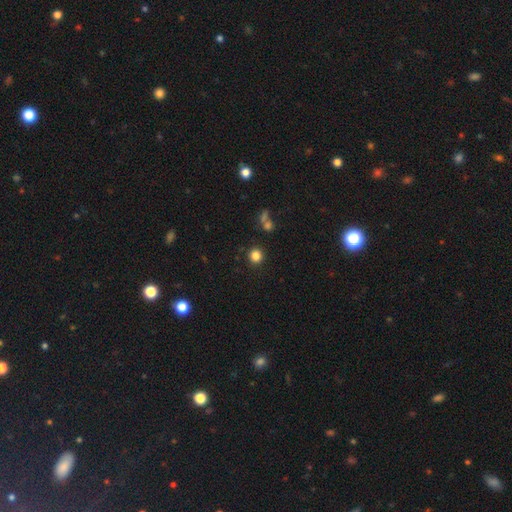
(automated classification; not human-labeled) Morphology: type=smooth (84%); roundness=round (92%); merging=none (88%).